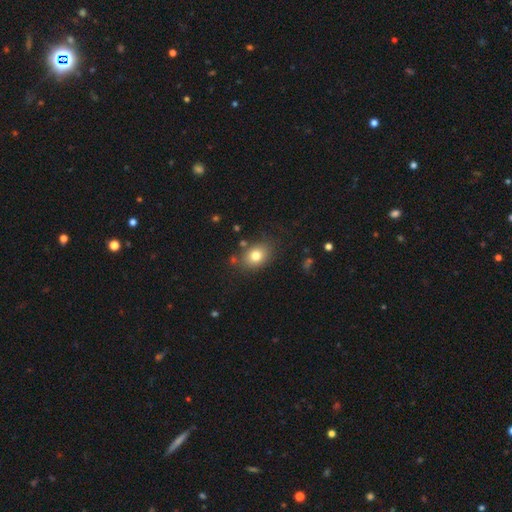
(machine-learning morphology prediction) type=smooth (78%); roundness=in between (62%); merging=none (79%).